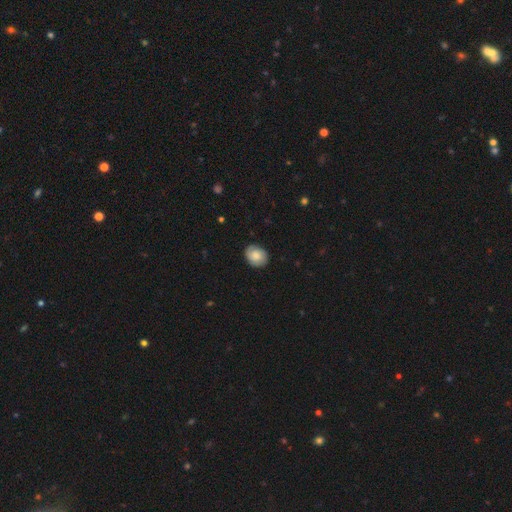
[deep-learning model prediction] A smooth galaxy with no disk features (75%) that is round (52%). Merging: none (85%).